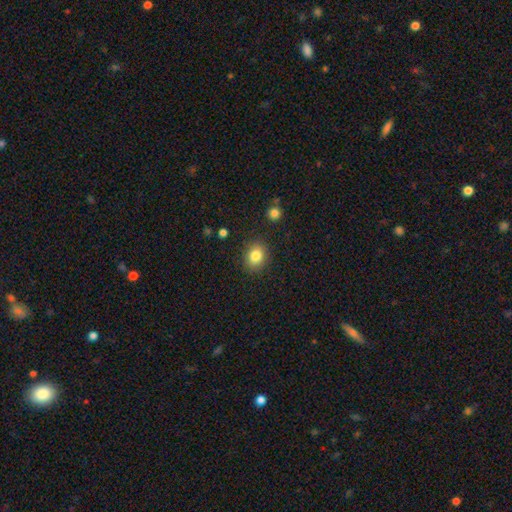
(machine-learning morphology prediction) smooth 84%, star or artifact 10%, featured or disk 7%. Down the decision tree: how rounded — in between (50%); merging — none (87%).